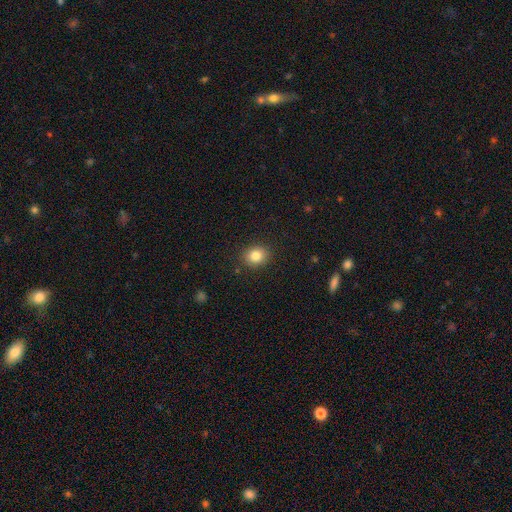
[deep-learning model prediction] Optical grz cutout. It shows a smooth galaxy with no disk features (83%) that is round (64%). Merging: none (89%).